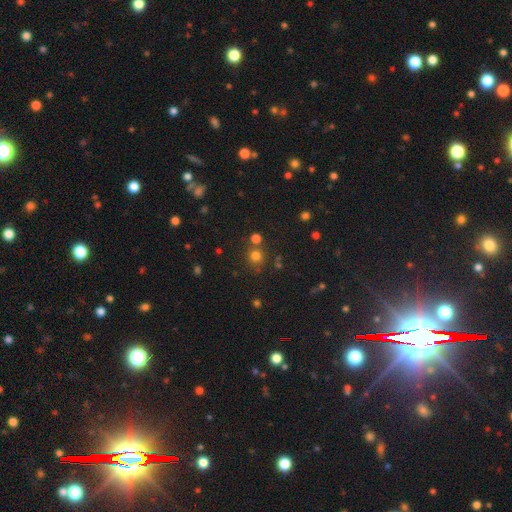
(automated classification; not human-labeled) smooth 74%, star or artifact 20%, featured or disk 6%. Down the decision tree: how rounded — round (90%); merging — none (72%).